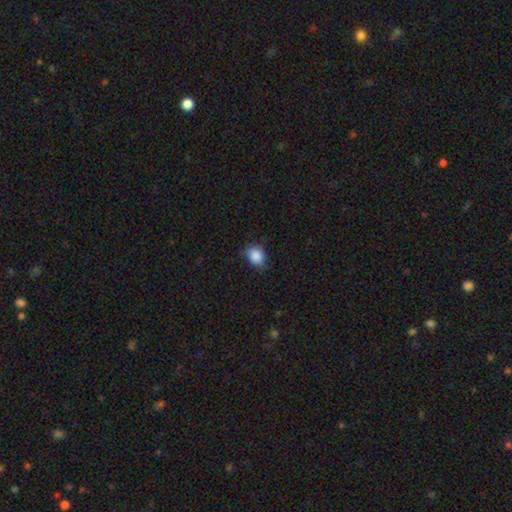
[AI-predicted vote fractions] Overall: smooth (87%). How rounded: in between (53%; round 46%). Merging: none (74%).